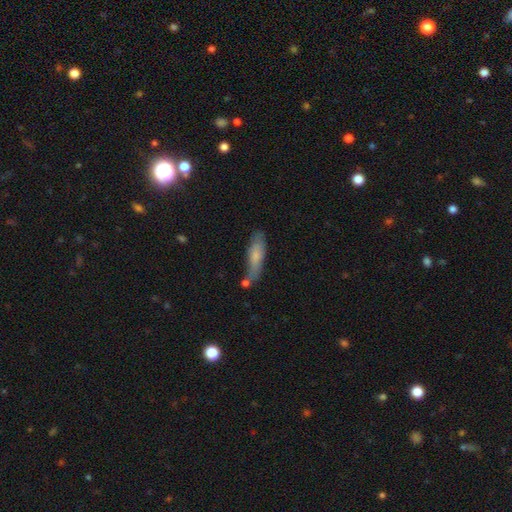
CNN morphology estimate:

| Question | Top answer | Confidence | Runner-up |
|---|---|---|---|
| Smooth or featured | smooth | 68% | featured or disk (25%) |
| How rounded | cigar-shaped | 61% | in between (37%) |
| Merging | none | 59% | minor disturbance (25%) |